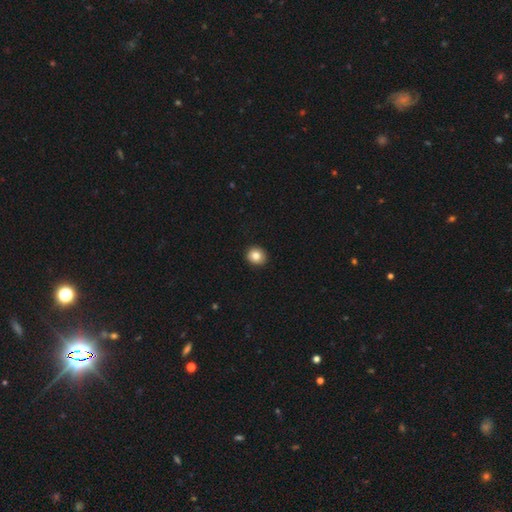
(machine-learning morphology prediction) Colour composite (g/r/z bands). It shows a smooth galaxy with no disk features (84%) that is round (80%). Merging: none (92%).